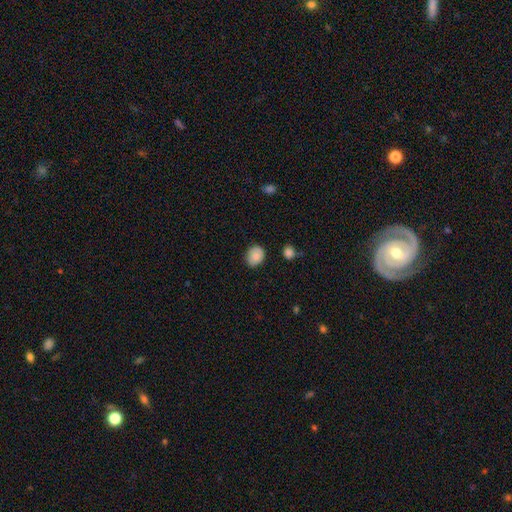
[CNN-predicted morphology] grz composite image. It shows a smooth galaxy with no disk features (83%) that is round (59%). Merging: none (80%).